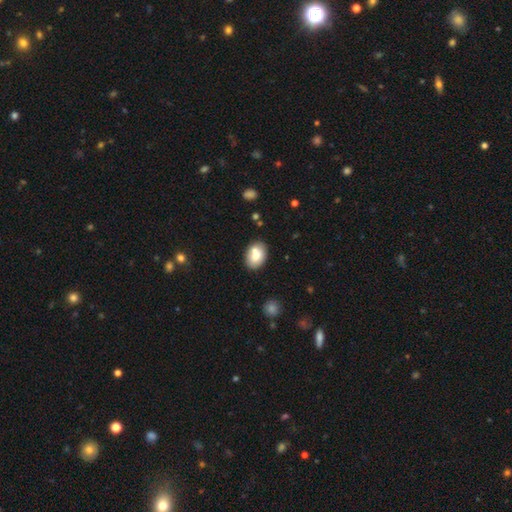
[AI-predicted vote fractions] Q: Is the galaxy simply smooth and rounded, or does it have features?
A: smooth — 71%.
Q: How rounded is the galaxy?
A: in between — 74%.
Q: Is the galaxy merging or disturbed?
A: none — 63%.